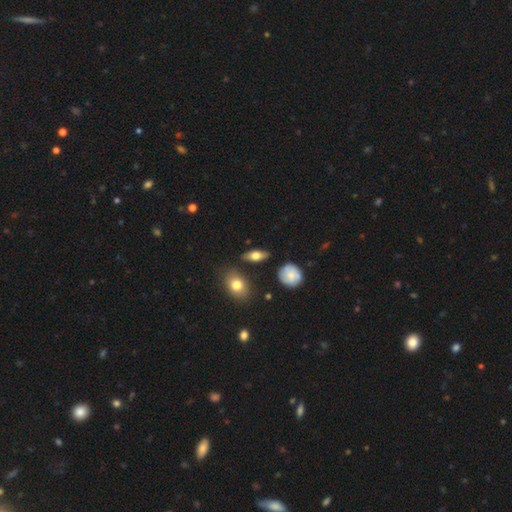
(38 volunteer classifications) A smooth galaxy with no disk features (50%) that is in between round and cigar-shaped (79%). Merging: none (78%).